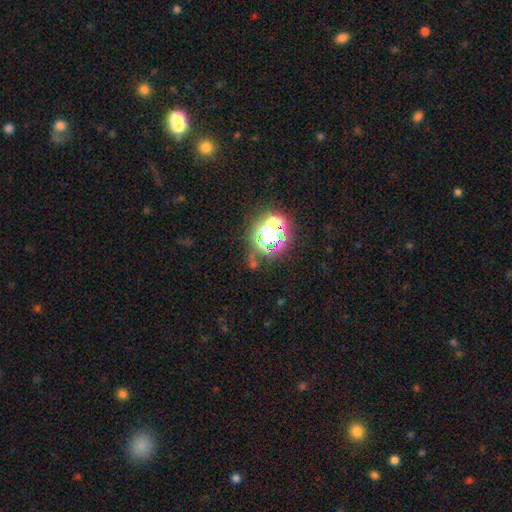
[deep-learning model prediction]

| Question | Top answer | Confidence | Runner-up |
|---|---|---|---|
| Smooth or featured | star or artifact | 65% | smooth (23%) |